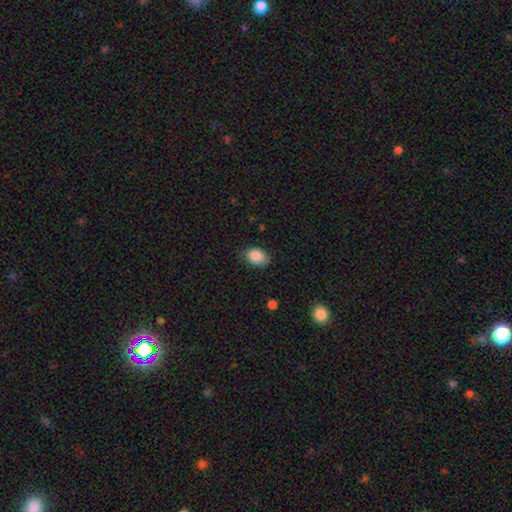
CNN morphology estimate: This is clearly a smooth galaxy (87%). How rounded: clearly in between (86%). Merging: likely none (77%).